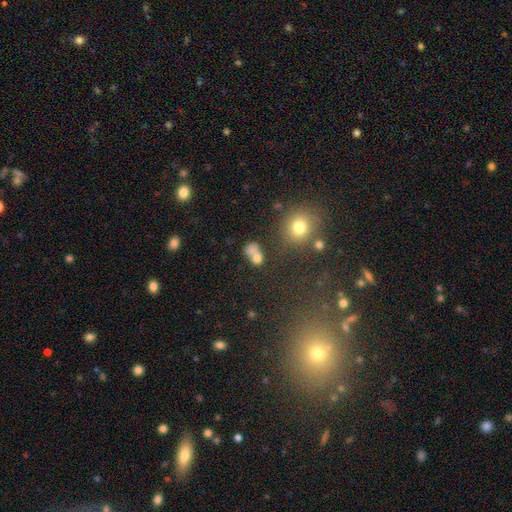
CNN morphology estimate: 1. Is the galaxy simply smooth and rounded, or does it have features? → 73% smooth, 14% star or artifact, 12% featured or disk.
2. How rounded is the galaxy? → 52% round, 47% in between, 2% cigar-shaped.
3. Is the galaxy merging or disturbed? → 44% merger, 34% none, 13% minor disturbance, 9% major disturbance.